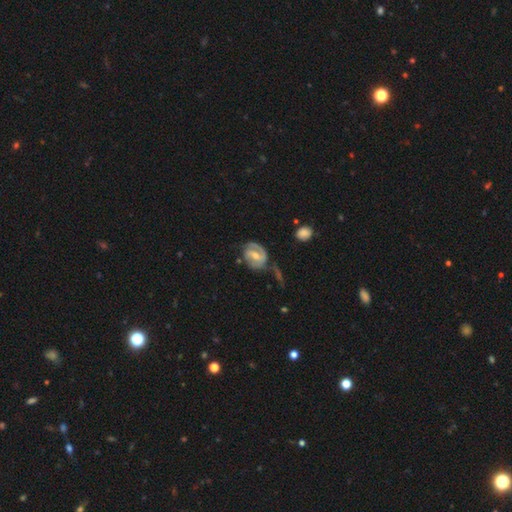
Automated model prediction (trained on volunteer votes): The model was most divided on "spiral winding": tight: 43%, medium: 42%, loose: 15%. Remaining: edge-on disk — no (97%); spiral arms — yes (90%); smooth or featured — featured or disk (78%); spiral arm count — 2 (68%); merging — none (55%); bulge size — moderate (52%); bar — weak (49%).